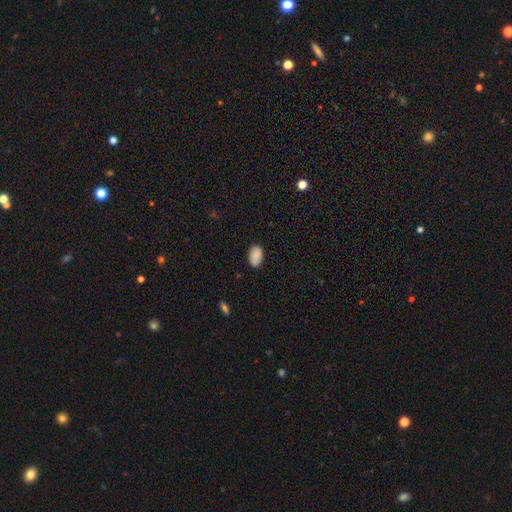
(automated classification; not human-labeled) The model was most divided on "merging": none: 82%, minor disturbance: 14%, major disturbance: 3%, merger: 2%. More confident: how rounded — in between (91%); smooth or featured — smooth (87%).